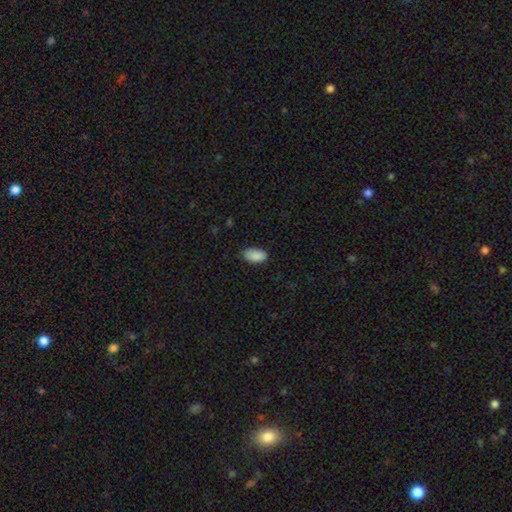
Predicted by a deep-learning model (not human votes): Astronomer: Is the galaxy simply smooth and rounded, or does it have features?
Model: smooth — 90%.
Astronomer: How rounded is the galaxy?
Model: in between — 94%.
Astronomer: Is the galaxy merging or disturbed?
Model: none — 82%.